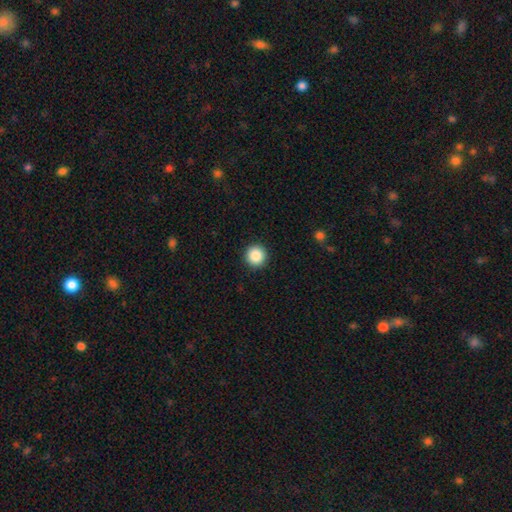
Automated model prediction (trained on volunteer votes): Overall: smooth (87%). How rounded: round (96%). Merging: none (93%).